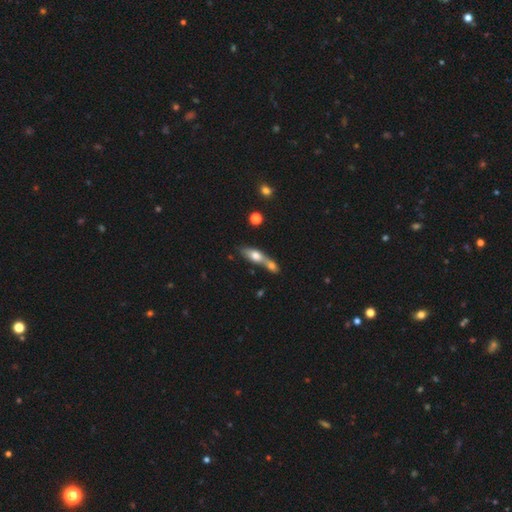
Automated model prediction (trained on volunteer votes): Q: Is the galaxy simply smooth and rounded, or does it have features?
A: smooth — 63%.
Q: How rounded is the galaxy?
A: in between — 58%.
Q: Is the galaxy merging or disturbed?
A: merger — 62%.